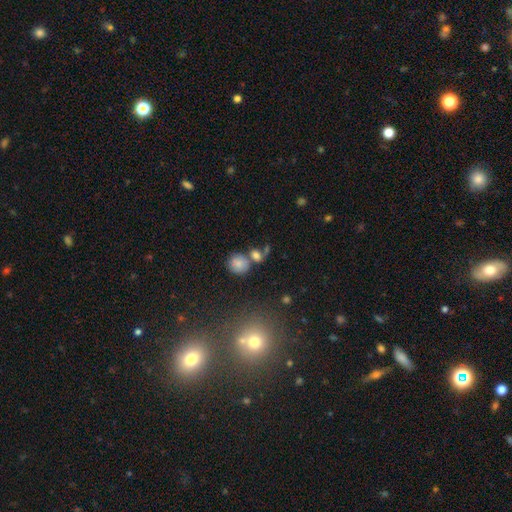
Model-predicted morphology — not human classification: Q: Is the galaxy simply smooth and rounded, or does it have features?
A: smooth — 63%.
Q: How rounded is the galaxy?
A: round — 78%.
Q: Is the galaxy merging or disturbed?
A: none — 58%.